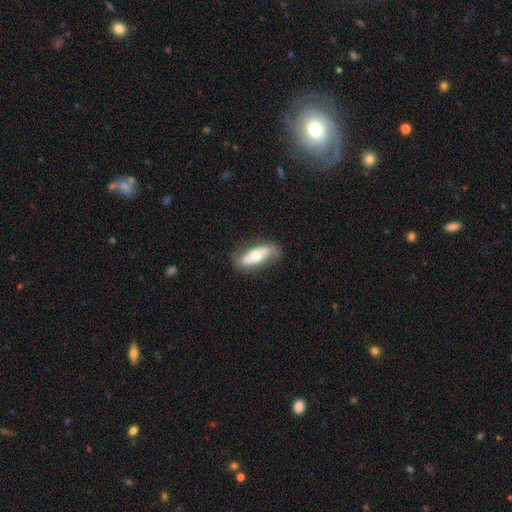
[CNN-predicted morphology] smooth_or_featured: smooth (p=0.48) [alt: featured or disk p=0.47]
merging: none (p=0.78) [alt: minor disturbance p=0.16]